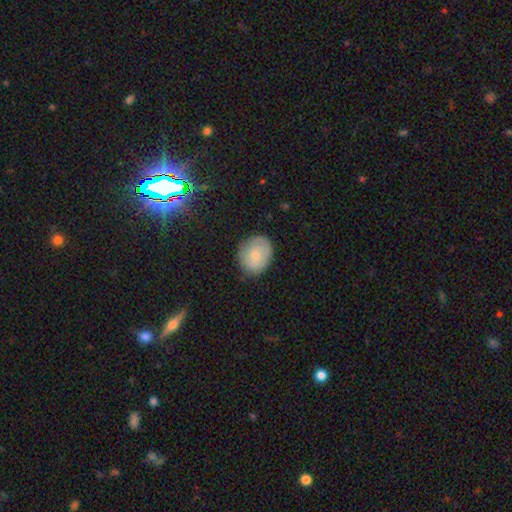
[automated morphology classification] Smooth or featured: smooth — 75% (featured or disk — 18%)
How rounded: round — 59% (in between — 40%)
Merging: none — 77% (minor disturbance — 18%)